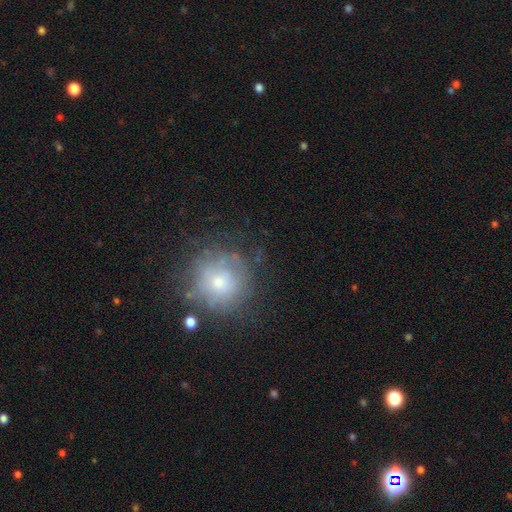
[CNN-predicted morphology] type=featured or disk (37%, tied with smooth); merging=none (78%).